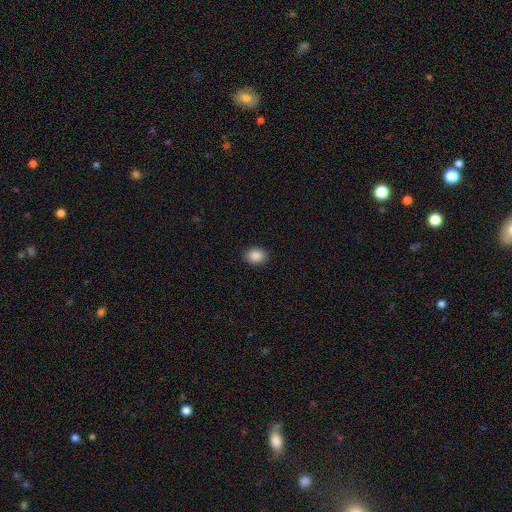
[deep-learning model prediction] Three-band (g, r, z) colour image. It shows a smooth galaxy with no disk features (88%) that is in between round and cigar-shaped (64%). Merging: none (90%).